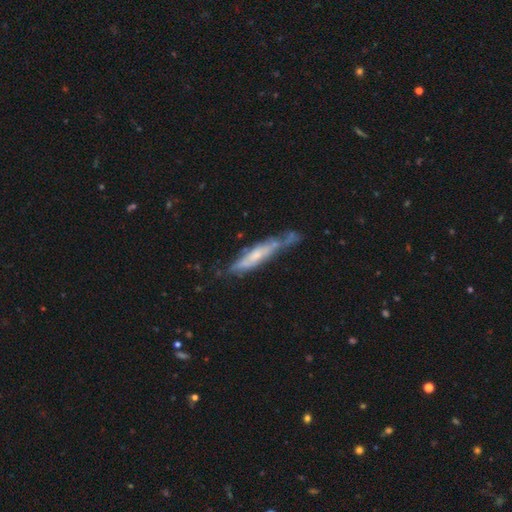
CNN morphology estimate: featured or disk 58%, smooth 34%, star or artifact 7%. Down the decision tree: edge-on disk — yes (66%); merging — none (45%).